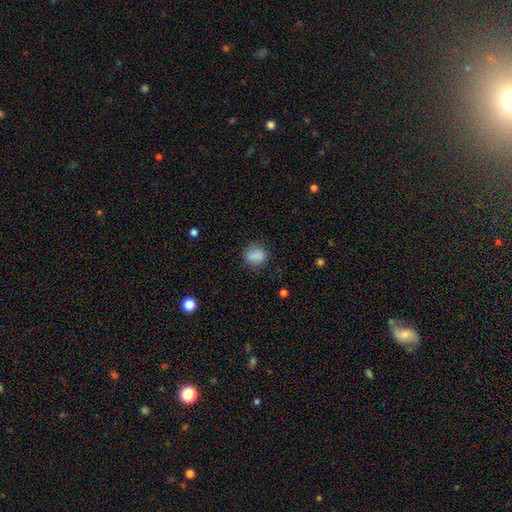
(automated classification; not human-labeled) Smooth or featured? Predicted: smooth (p=0.86). How rounded? Predicted: round (p=0.56). Merging? Predicted: none (p=0.81).